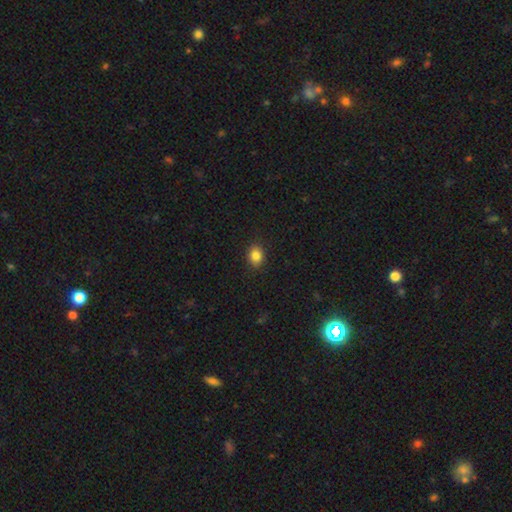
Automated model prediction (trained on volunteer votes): The model was most divided on "how rounded": round: 51%, in between: 48%, cigar-shaped: 1%. More confident: merging — none (89%); smooth or featured — smooth (85%).